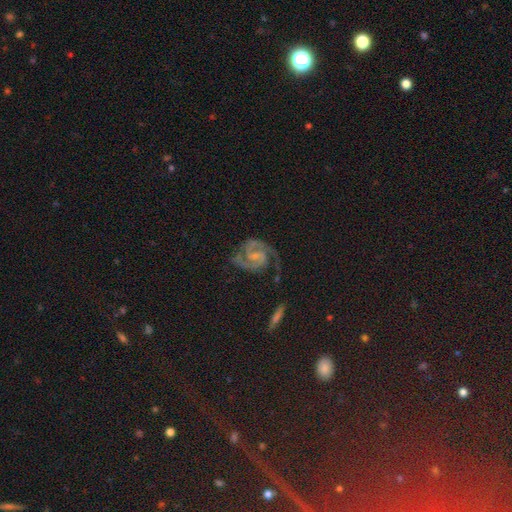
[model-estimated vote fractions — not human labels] This appears to be a featured or disk galaxy (92%) with a weak bar (47%), 2 (91%) medium (52%) spiral arms (98%) and a small central bulge (58%). Merging: none (71%).